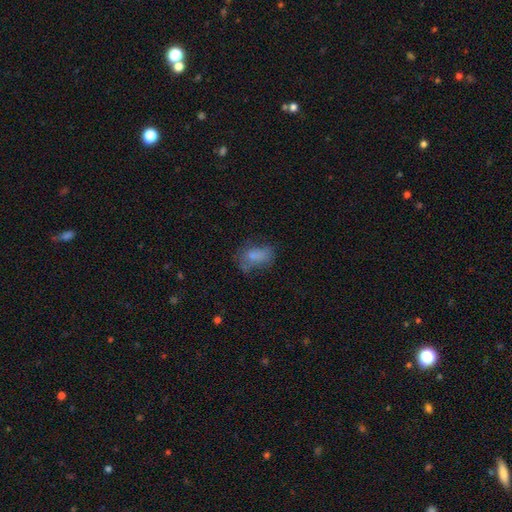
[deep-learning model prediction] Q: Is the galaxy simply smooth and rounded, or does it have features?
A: smooth — 72%.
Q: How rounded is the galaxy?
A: in between — 85%.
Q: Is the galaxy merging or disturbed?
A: none — 46%.